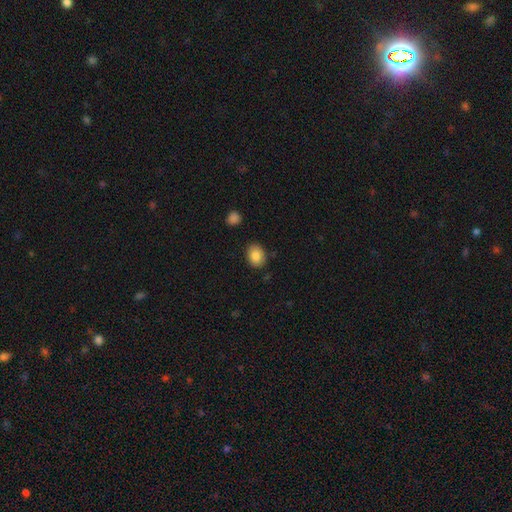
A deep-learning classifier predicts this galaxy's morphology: smooth_or_featured: smooth (p=0.85) [alt: star or artifact p=0.08]
how_rounded: in between (p=0.63) [alt: round p=0.36]
merging: none (p=0.85) [alt: minor disturbance p=0.11]